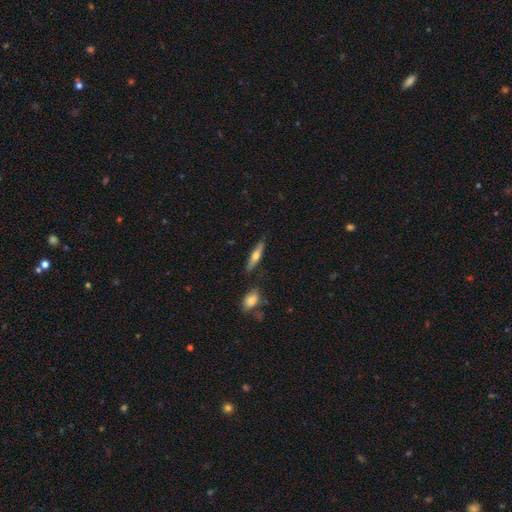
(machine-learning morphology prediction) This appears to be a smooth galaxy with no disk features (49%). Merging: none (82%).